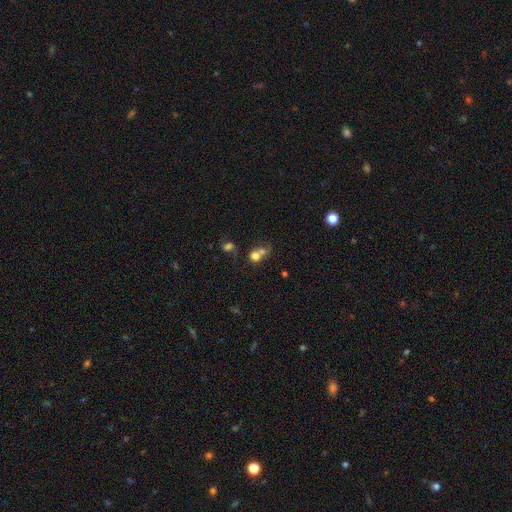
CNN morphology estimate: Overall: smooth (70%). How rounded: round (71%). Merging: merger (56%; none 27%).